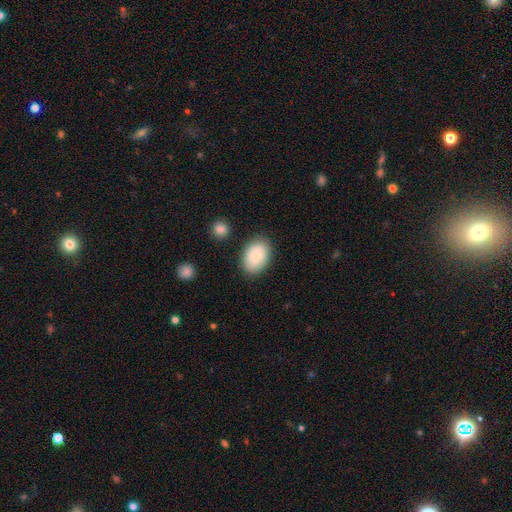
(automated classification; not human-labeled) A smooth galaxy with no disk features (82%) that is in between round and cigar-shaped (85%). Merging: none (82%).